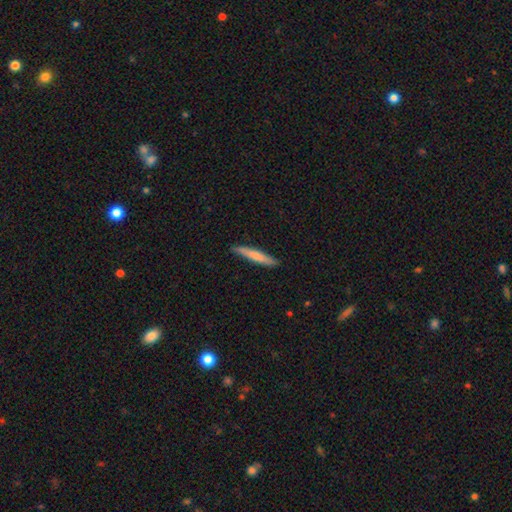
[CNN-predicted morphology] Smooth or featured? Predicted: smooth (p=0.71). How rounded? Predicted: cigar-shaped (p=0.94). Merging? Predicted: none (p=0.88).